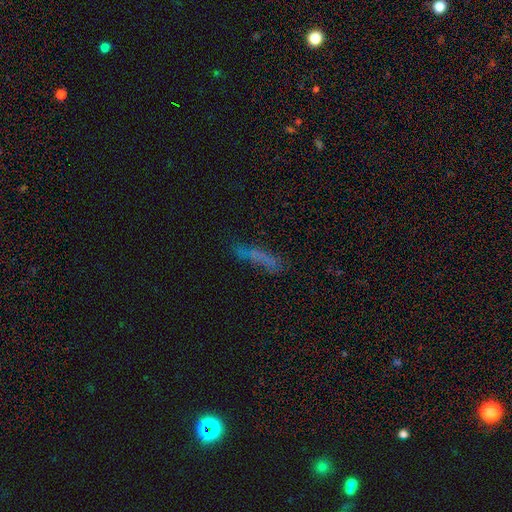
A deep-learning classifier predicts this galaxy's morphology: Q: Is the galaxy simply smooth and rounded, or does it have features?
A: smooth — 49%.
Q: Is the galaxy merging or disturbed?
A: none — 65%.